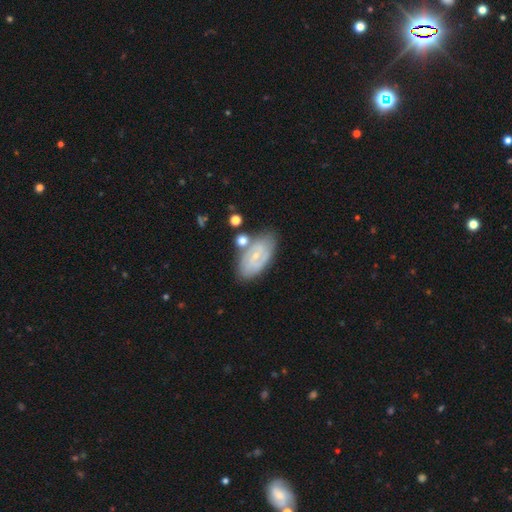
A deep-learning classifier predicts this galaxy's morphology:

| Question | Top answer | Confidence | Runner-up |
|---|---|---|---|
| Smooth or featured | featured or disk | 64% | smooth (29%) |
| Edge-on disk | no | 94% | yes (6%) |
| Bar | no | 63% | weak (30%) |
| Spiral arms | yes | 76% | no (24%) |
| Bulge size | small | 76% | moderate (19%) |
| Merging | none | 64% | minor disturbance (19%) |